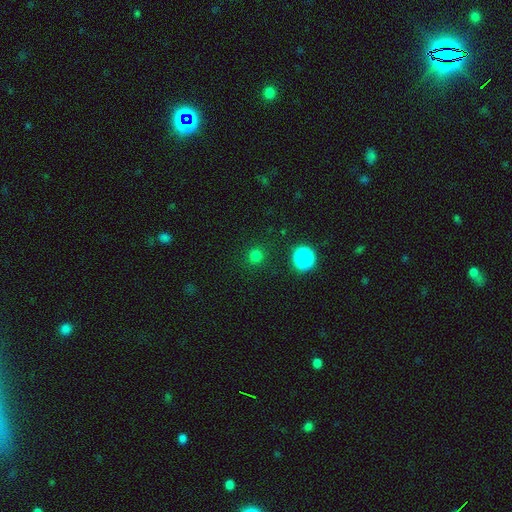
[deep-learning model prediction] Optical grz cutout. It shows a smooth galaxy with no disk features (76%) that is round (93%). Merging: none (89%).